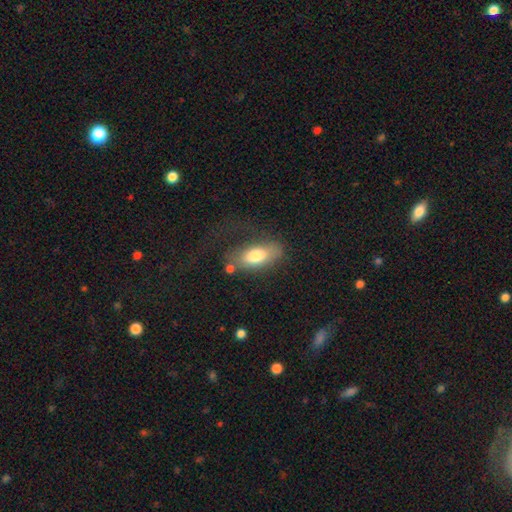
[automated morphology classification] A smooth galaxy with no disk features (75%) that is in between round and cigar-shaped (86%). Merging: none (54%).